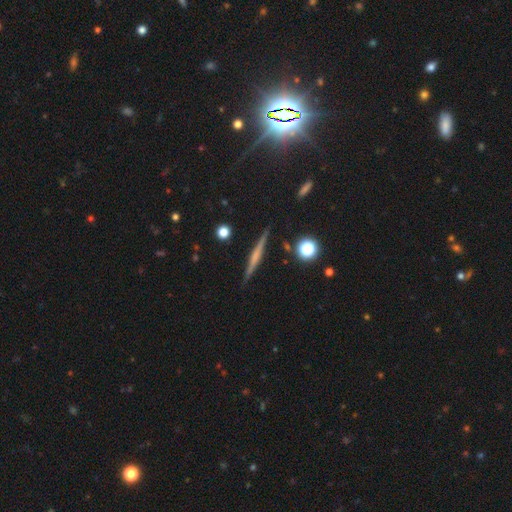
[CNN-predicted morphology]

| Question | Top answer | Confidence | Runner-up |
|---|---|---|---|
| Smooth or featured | featured or disk | 60% | smooth (31%) |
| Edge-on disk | yes | 97% | no (3%) |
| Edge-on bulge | none | 52% | rounded (32%) |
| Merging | none | 89% | minor disturbance (8%) |